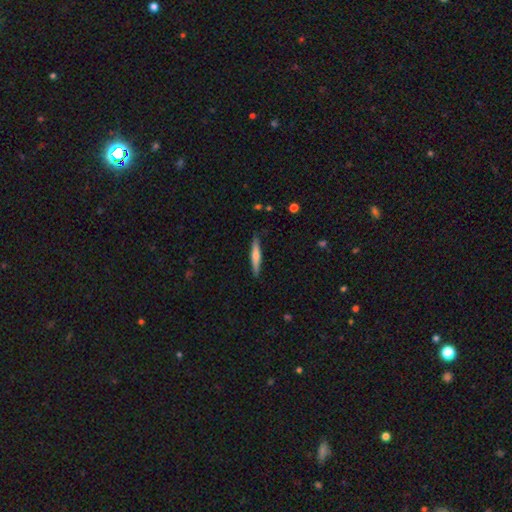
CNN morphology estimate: This appears to be a smooth galaxy with no disk features (51%) that is cigar-shaped (92%). Merging: none (88%).